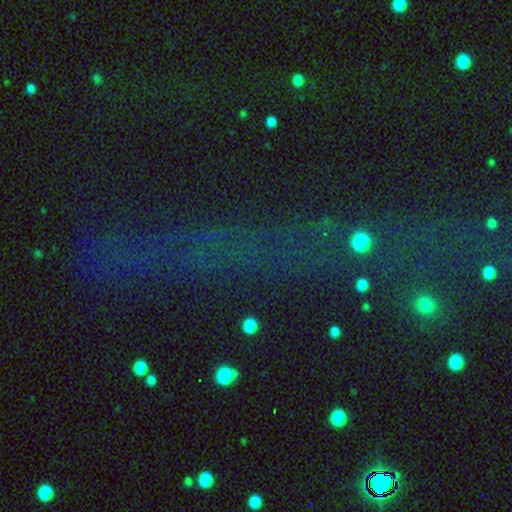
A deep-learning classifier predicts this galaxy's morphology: The model was most divided on "smooth or featured": star or artifact: 60%, smooth: 21%, featured or disk: 18%.